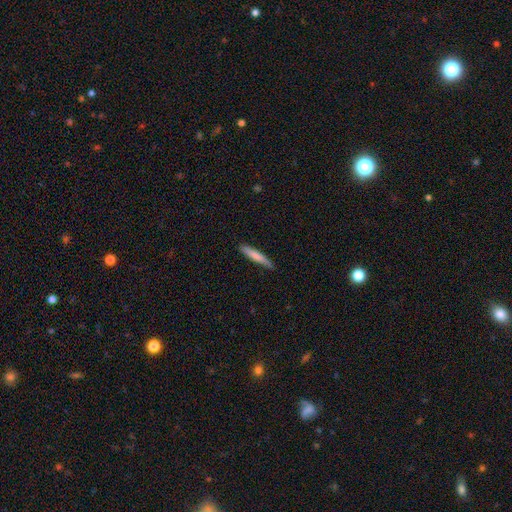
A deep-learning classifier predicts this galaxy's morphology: type=smooth (73%); roundness=cigar-shaped (94%); merging=none (82%).